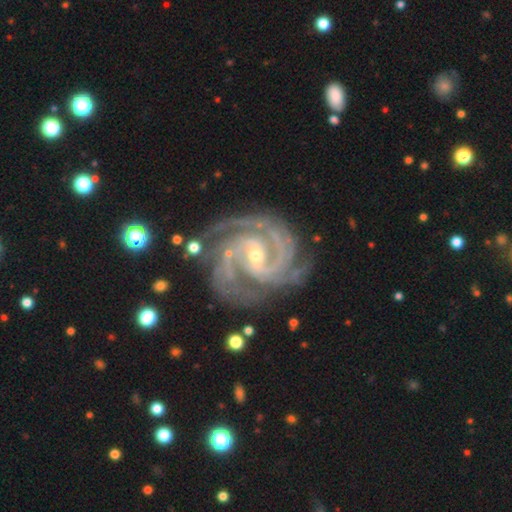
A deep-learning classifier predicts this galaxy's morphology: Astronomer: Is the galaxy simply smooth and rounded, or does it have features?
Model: featured or disk — 94%.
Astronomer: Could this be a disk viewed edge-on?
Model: no — 98%.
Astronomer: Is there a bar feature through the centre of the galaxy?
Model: weak — 40% (runner-up: no, 37%).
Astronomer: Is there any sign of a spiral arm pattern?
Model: yes — 99%.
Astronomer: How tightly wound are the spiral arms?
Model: tight — 63%.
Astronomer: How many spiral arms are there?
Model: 3 — 38% (runner-up: 2, 33%).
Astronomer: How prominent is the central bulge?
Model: small — 68%.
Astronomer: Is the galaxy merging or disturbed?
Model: none — 72%.